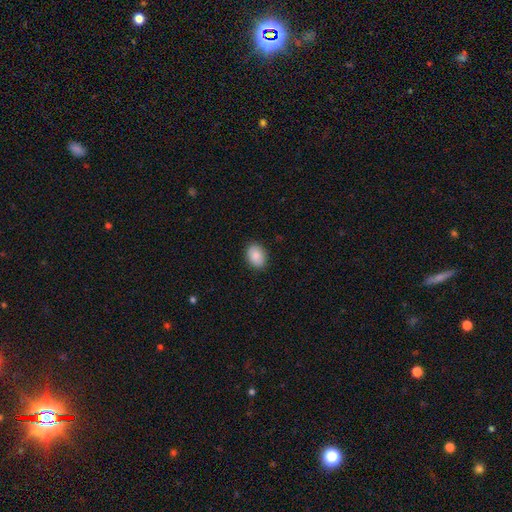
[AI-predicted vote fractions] A smooth galaxy with no disk features (89%) that is in between round and cigar-shaped (77%). Merging: none (88%).